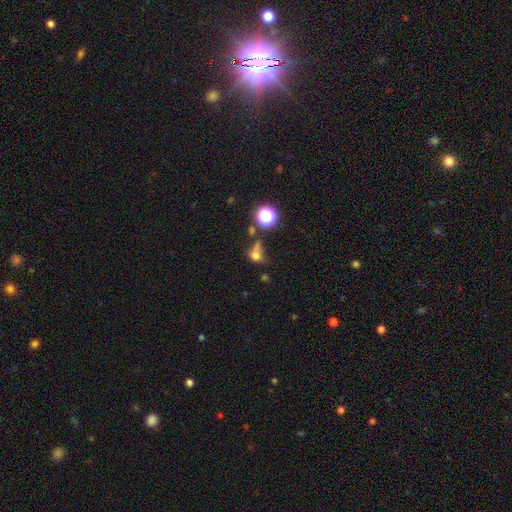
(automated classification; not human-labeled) Smooth or featured? smooth (61%)
How rounded? round (60%)
Merging? none (32%)